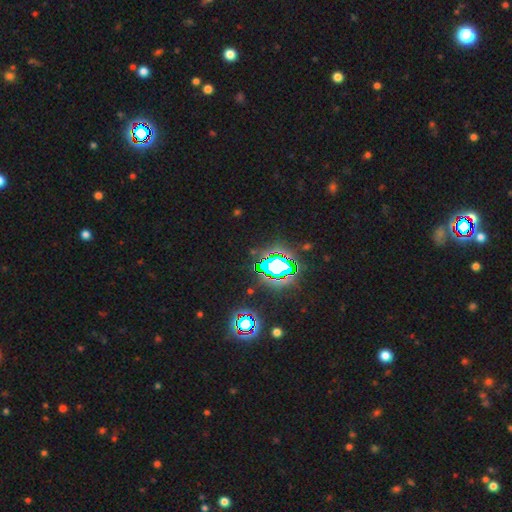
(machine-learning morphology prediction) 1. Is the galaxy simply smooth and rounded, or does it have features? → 81% star or artifact, 11% smooth, 7% featured or disk.